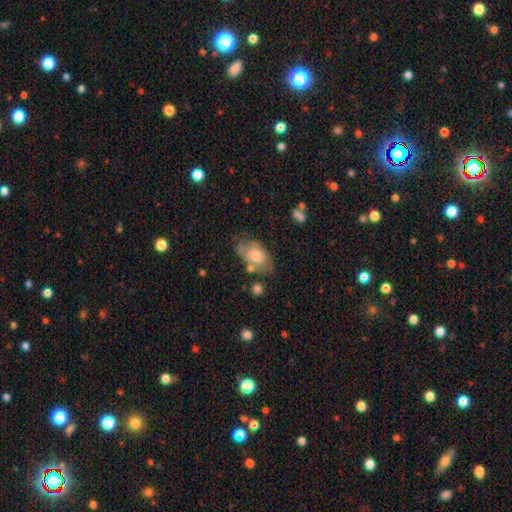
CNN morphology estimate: Overall: smooth (55%; featured or disk 36%). How rounded: in between (89%). Merging: none (46%; minor disturbance 28%).